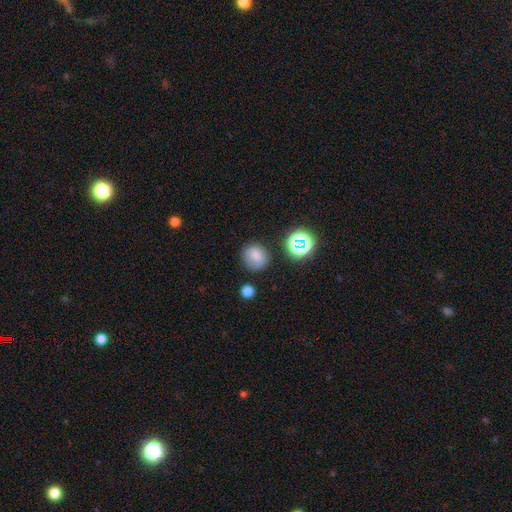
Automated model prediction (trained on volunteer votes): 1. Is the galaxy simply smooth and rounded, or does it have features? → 76% smooth, 15% star or artifact, 10% featured or disk.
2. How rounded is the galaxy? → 80% round, 19% in between, 1% cigar-shaped.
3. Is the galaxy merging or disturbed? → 76% none, 15% minor disturbance, 5% major disturbance, 4% merger.